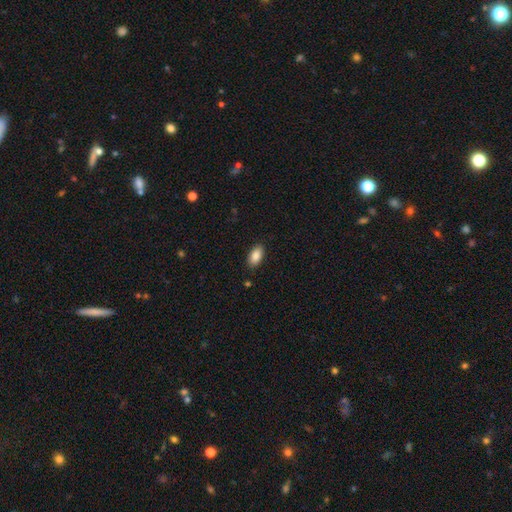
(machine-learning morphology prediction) A smooth galaxy with no disk features (87%) that is in between round and cigar-shaped (93%).

Vote fractions:
- Smooth or featured? smooth: 87% / star or artifact: 7% / featured or disk: 6%
- How rounded? in between: 93% / cigar-shaped: 3% / round: 3%
- Merging? none: 87% / minor disturbance: 9% / major disturbance: 2% / merger: 1%